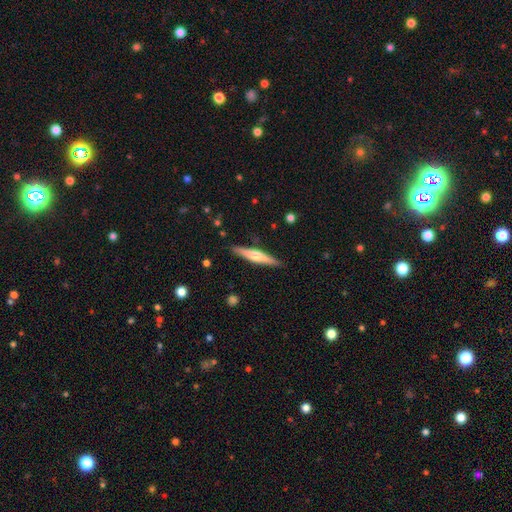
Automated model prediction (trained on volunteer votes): Q: Smooth or featured?
A: featured or disk (60%); runner-up: smooth (35%)
Q: Edge-on disk?
A: yes (97%); runner-up: no (3%)
Q: Edge-on bulge?
A: rounded (88%); runner-up: boxy (6%)
Q: Merging?
A: none (89%); runner-up: minor disturbance (8%)